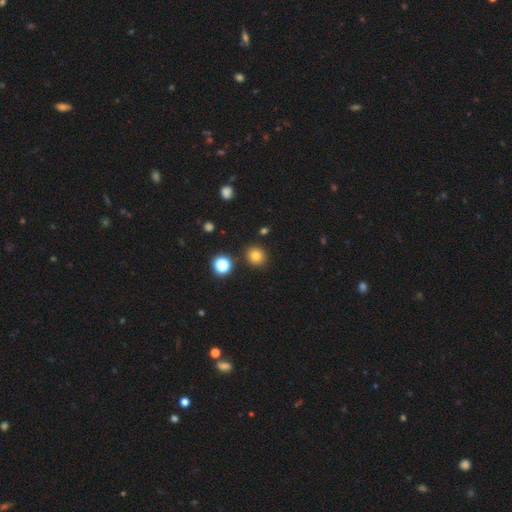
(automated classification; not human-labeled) Morphology: type=smooth (77%); roundness=round (86%); merging=none (88%).